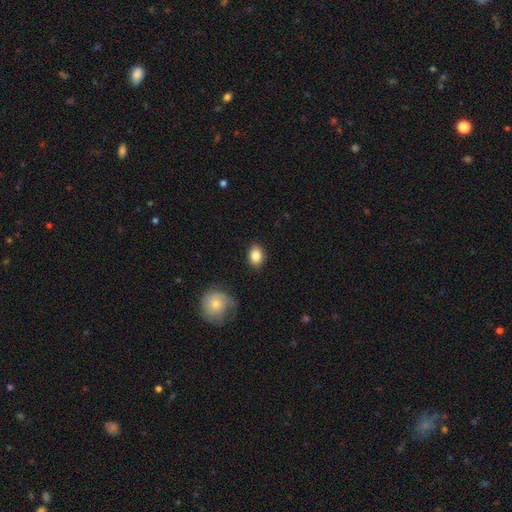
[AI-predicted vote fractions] A smooth galaxy with no disk features (85%) that is in between round and cigar-shaped (72%). Merging: none (86%).